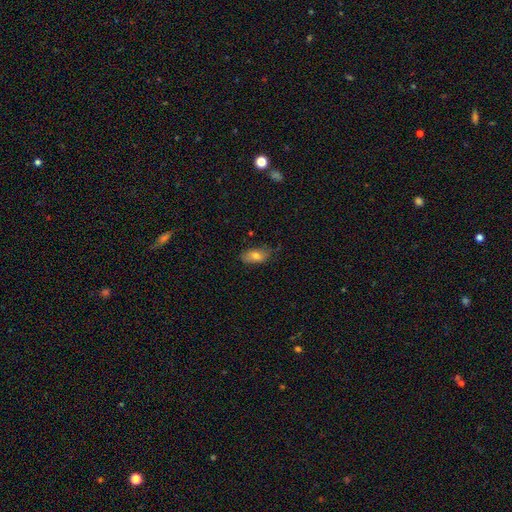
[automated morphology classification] smooth_or_featured: smooth (p=0.75) [alt: featured or disk p=0.17]
how_rounded: in between (p=0.90) [alt: cigar-shaped p=0.05]
merging: none (p=0.70) [alt: minor disturbance p=0.24]